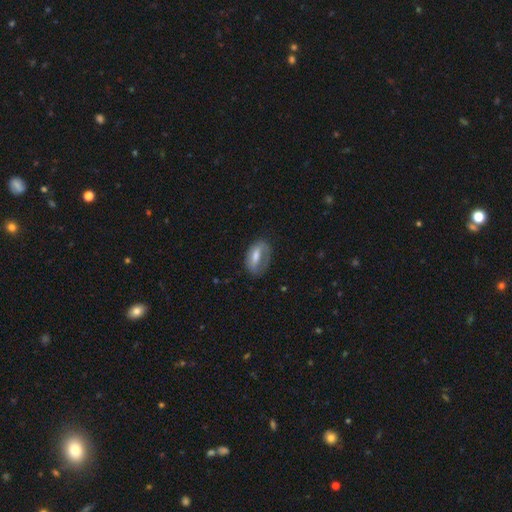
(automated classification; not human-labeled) A smooth galaxy with no disk features (51%) that is in between round and cigar-shaped (83%).

Vote fractions:
- Smooth or featured? smooth: 51% / featured or disk: 42% / star or artifact: 7%
- How rounded? in between: 83% / round: 9% / cigar-shaped: 8%
- Merging? none: 56% / minor disturbance: 26% / major disturbance: 17% / merger: 2%